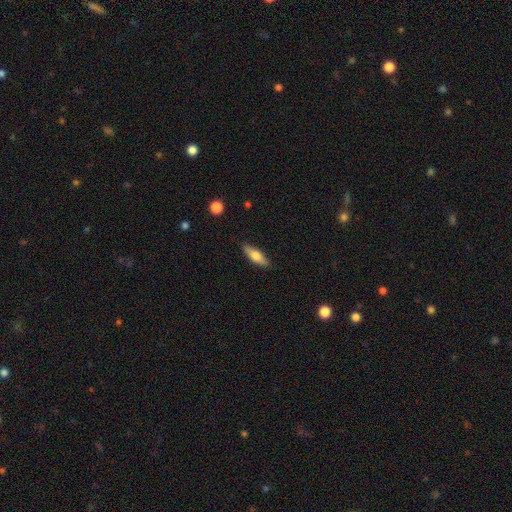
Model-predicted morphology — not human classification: smooth-or-featured: smooth: 63% | featured or disk: 31% | star or artifact: 6%
  how-rounded: cigar-shaped: 52% | in between: 46% | round: 2%
  merging: none: 86% | minor disturbance: 10% | major disturbance: 2% | merger: 1%